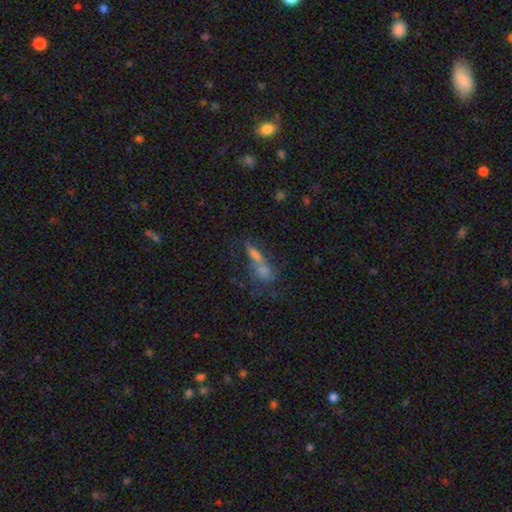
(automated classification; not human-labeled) Q: Smooth or featured?
A: smooth (56%); runner-up: featured or disk (25%)
Q: How rounded?
A: in between (49%); runner-up: cigar-shaped (37%)
Q: Merging?
A: merger (48%); runner-up: none (32%)